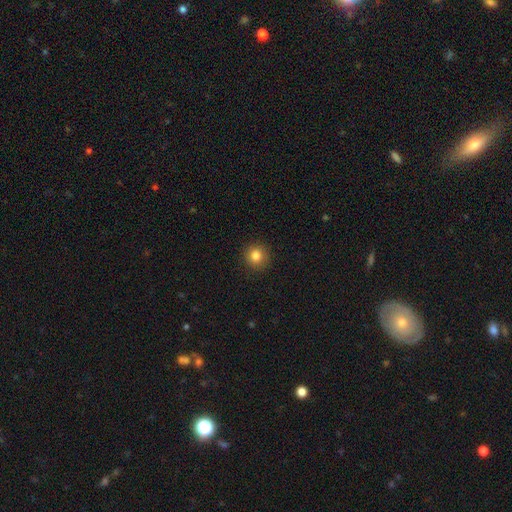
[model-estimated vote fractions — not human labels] smooth-or-featured: smooth: 83% | star or artifact: 11% | featured or disk: 6%
  how-rounded: round: 94% | in between: 5% | cigar-shaped: 1%
  merging: none: 92% | minor disturbance: 6% | major disturbance: 2% | merger: 1%